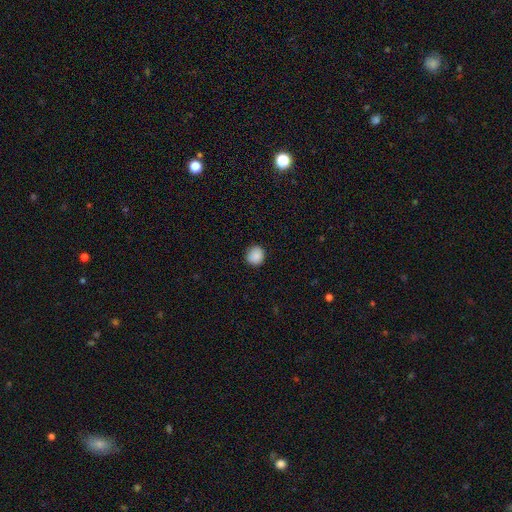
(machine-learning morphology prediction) Smooth or featured? Predicted: smooth (p=0.89). How rounded? Predicted: round (p=0.88). Merging? Predicted: none (p=0.90).